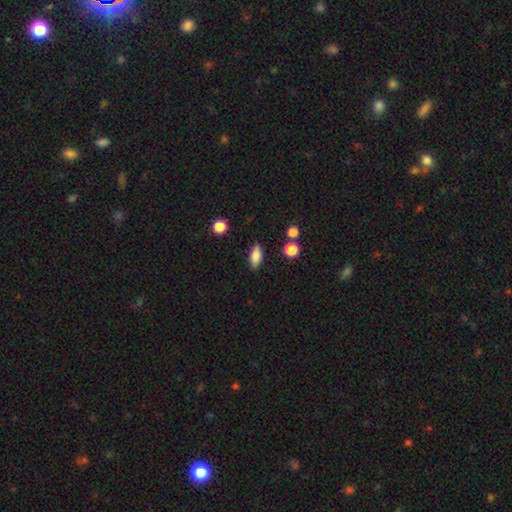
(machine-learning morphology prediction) Overall: smooth (79%). How rounded: in between (80%). Merging: none (85%).